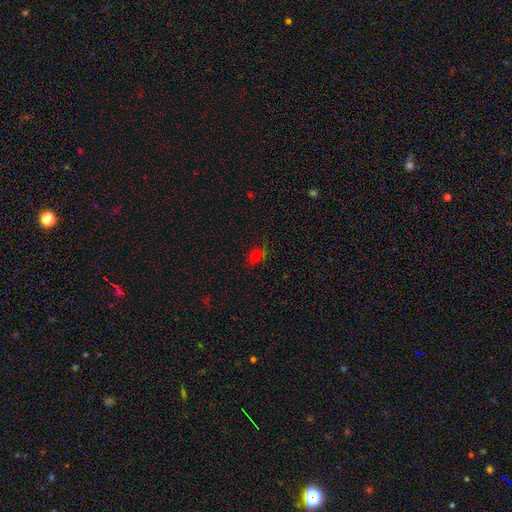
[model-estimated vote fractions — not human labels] A smooth galaxy with no disk features (70%) that is in between round and cigar-shaped (78%). Merging: none (70%).